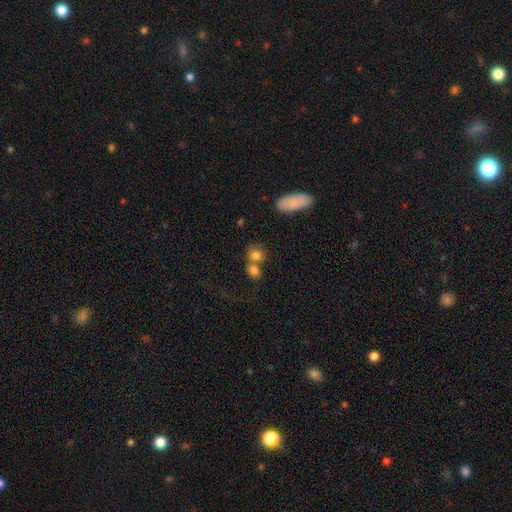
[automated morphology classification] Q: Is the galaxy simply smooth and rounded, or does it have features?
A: smooth — 80%.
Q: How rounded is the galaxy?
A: round — 70%.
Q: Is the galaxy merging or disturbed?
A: none — 44%.